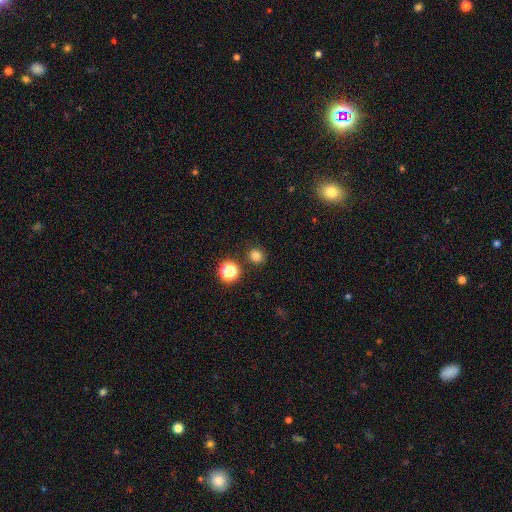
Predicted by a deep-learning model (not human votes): Overall: smooth (79%). How rounded: round (85%). Merging: none (85%).